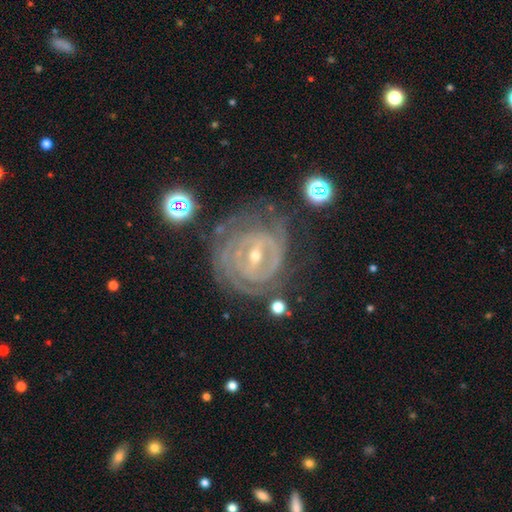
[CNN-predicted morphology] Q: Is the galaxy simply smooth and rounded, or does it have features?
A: featured or disk — 88%.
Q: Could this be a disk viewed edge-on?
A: no — 96%.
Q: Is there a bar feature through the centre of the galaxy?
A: strong — 43%, tied with weak.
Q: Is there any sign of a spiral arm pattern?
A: yes — 94%.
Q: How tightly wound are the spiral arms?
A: tight — 80%.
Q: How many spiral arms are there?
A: can't tell — 35%.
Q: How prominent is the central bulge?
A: small — 62%.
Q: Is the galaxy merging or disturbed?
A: none — 67%.